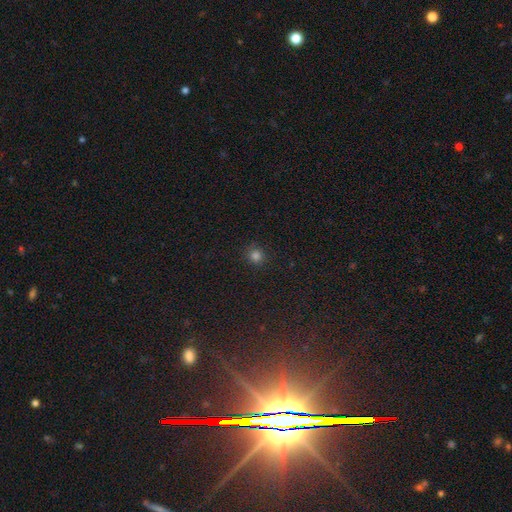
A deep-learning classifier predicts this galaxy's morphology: Smooth or featured? smooth (81%)
How rounded? round (91%)
Merging? none (88%)